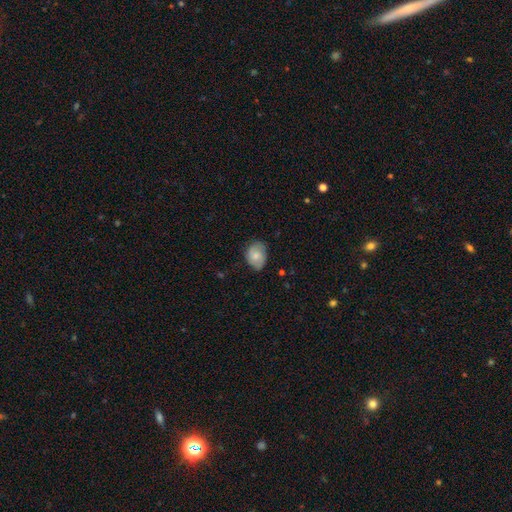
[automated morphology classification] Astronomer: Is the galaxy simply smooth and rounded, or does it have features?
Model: smooth — 71%.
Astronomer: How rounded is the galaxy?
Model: in between — 62%.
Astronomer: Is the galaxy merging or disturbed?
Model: none — 67%.